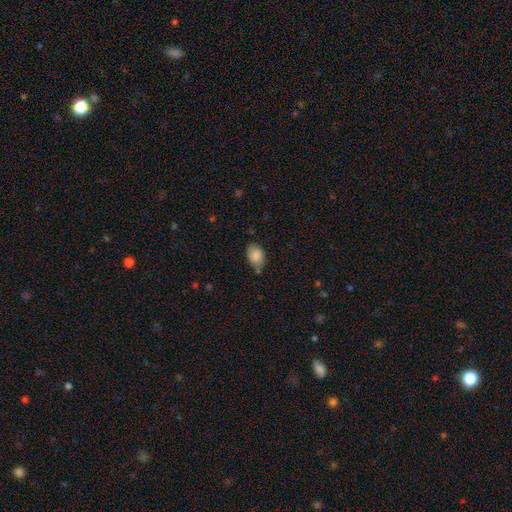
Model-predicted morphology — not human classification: The model was most divided on "merging": none: 69%, minor disturbance: 22%, merger: 5%, major disturbance: 4%. More confident: how rounded — in between (86%); smooth or featured — smooth (86%).